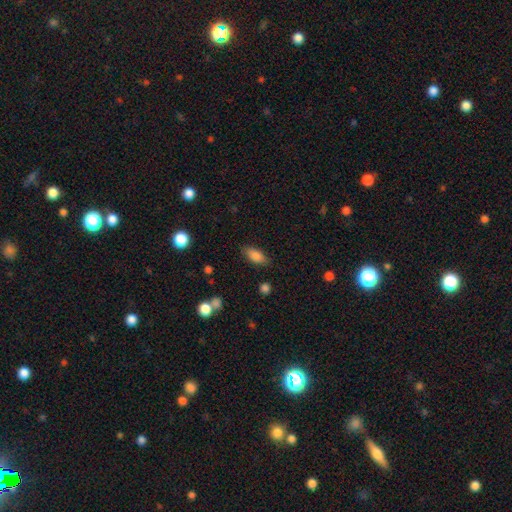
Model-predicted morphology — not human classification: Smooth or featured: smooth — 83% (featured or disk — 9%)
How rounded: in between — 83% (cigar-shaped — 14%)
Merging: none — 83% (minor disturbance — 13%)